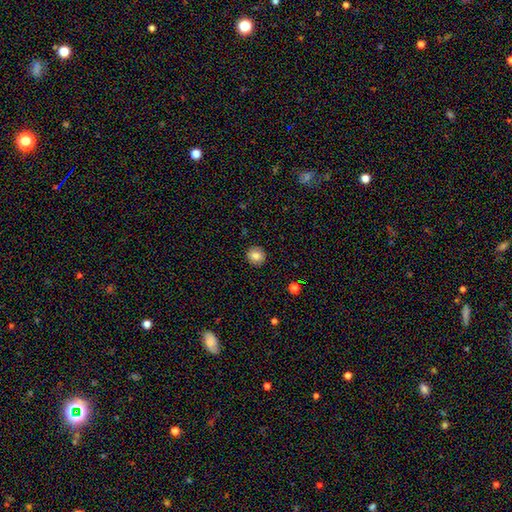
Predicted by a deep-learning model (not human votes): Overall: smooth (83%). How rounded: round (93%). Merging: none (92%).